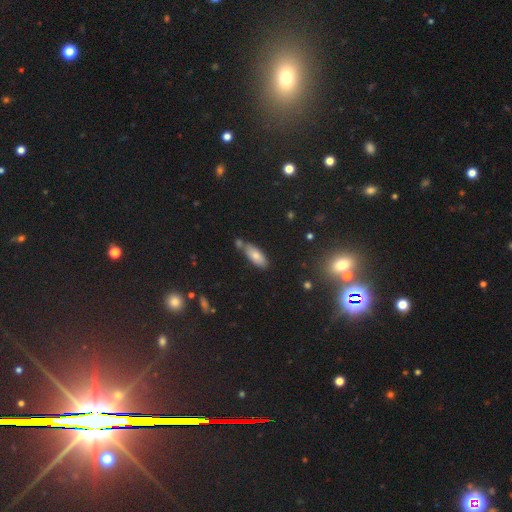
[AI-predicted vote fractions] Morphology: type=smooth (73%); roundness=in between (76%); merging=none (67%).